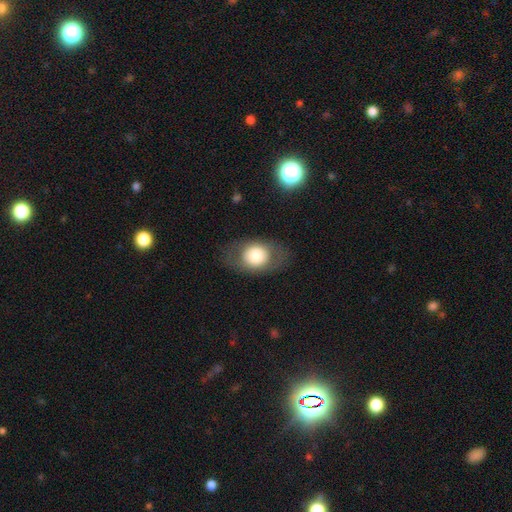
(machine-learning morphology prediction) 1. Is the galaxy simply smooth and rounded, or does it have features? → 67% smooth, 25% featured or disk, 8% star or artifact.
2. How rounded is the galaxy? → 59% in between, 40% round, 1% cigar-shaped.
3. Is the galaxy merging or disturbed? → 78% none, 12% minor disturbance, 9% major disturbance, 1% merger.